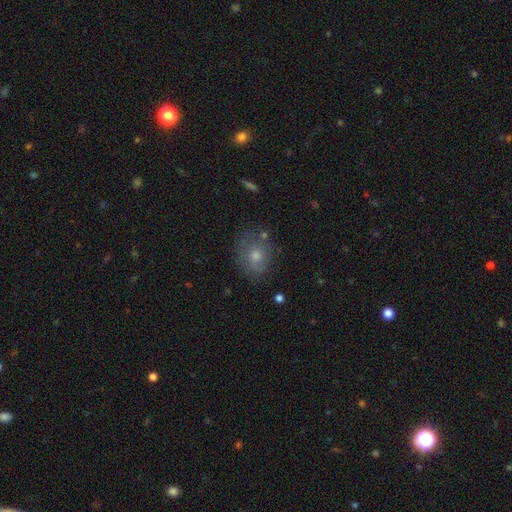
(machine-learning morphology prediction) A smooth galaxy with no disk features (55%) that is round (59%). Merging: none (72%).